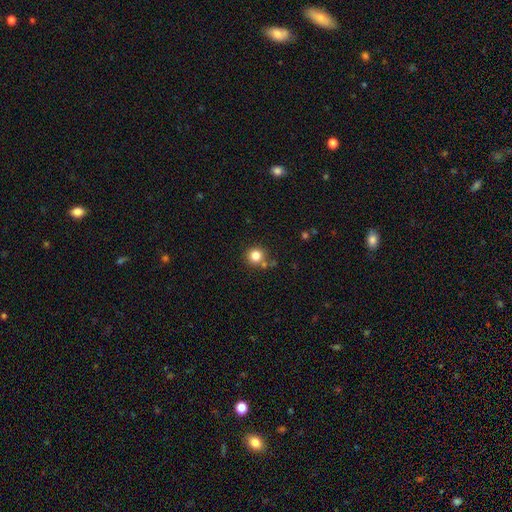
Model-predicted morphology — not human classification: smooth_or_featured: smooth (p=0.81) [alt: star or artifact p=0.12]
how_rounded: round (p=0.92) [alt: in between p=0.07]
merging: none (p=0.74) [alt: merger p=0.12]